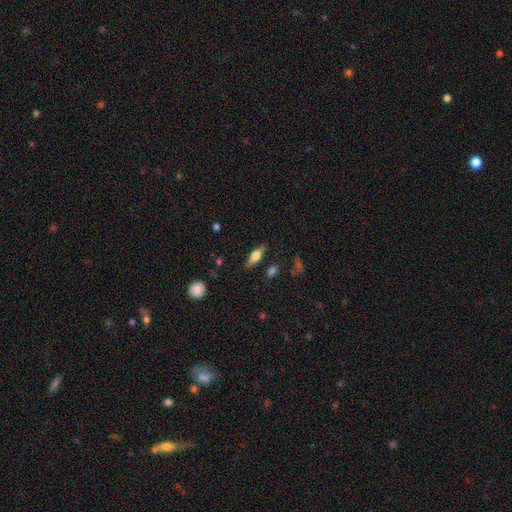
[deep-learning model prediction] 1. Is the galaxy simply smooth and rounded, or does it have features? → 51% smooth, 41% featured or disk, 7% star or artifact.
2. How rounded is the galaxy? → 56% in between, 41% cigar-shaped, 4% round.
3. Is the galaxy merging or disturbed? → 84% none, 12% minor disturbance, 3% major disturbance, 2% merger.